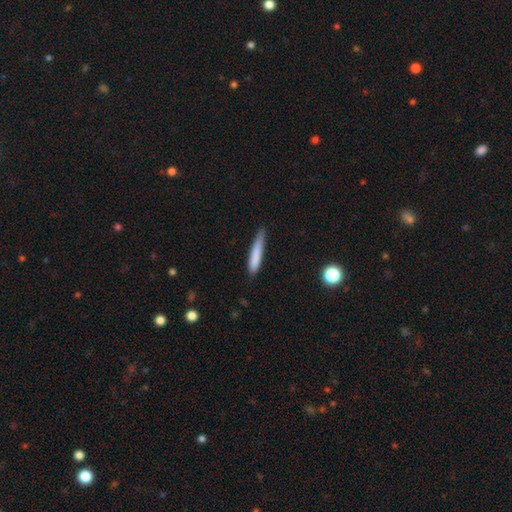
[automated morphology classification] Smooth or featured?
  - smooth: 80% *
  - featured or disk: 14%
  - star or artifact: 6%
How rounded?
  - cigar-shaped: 92% *
  - in between: 7%
  - round: 1%
Merging?
  - none: 72% *
  - minor disturbance: 23%
  - major disturbance: 4%
  - merger: 2%